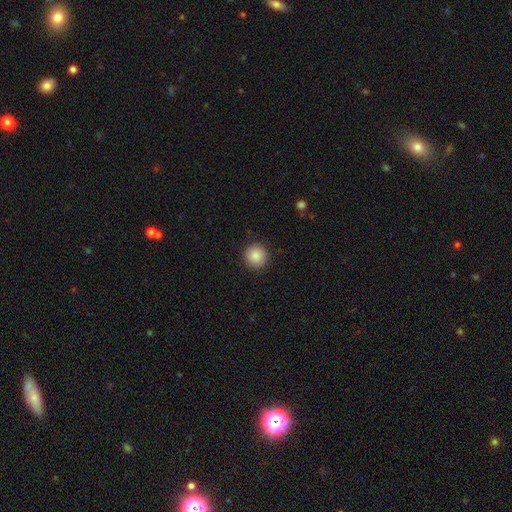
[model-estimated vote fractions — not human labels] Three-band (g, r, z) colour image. It shows a smooth galaxy with no disk features (88%) that is round (95%). Merging: none (91%).